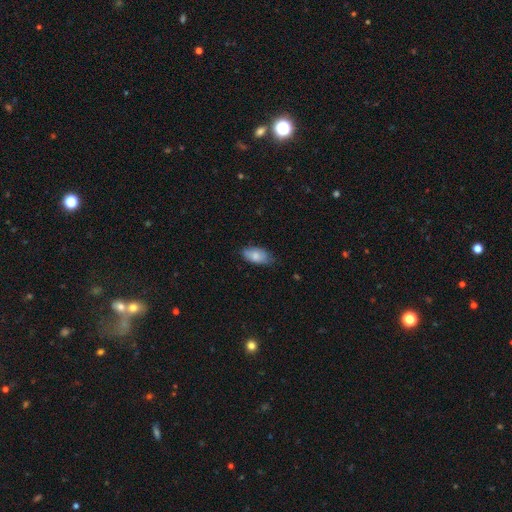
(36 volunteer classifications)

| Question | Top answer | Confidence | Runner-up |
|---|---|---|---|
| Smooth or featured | smooth | 86% | featured or disk (14%) |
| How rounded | in between | 100% | — |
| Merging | none | 67% | minor disturbance (28%) |